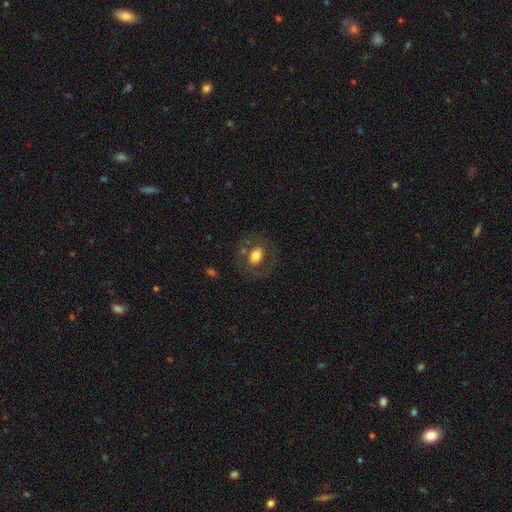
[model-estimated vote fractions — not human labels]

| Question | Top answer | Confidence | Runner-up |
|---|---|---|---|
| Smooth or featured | smooth | 59% | featured or disk (33%) |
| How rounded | in between | 60% | round (38%) |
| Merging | none | 70% | minor disturbance (14%) |